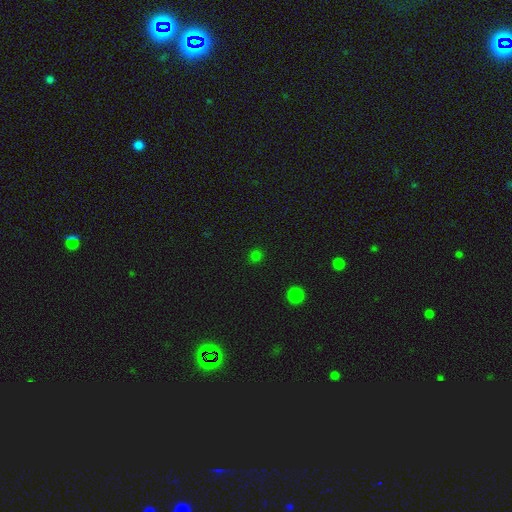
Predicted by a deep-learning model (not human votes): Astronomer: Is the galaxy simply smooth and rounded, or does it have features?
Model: smooth — 72%.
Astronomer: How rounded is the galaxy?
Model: round — 90%.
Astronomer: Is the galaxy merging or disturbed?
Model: none — 90%.